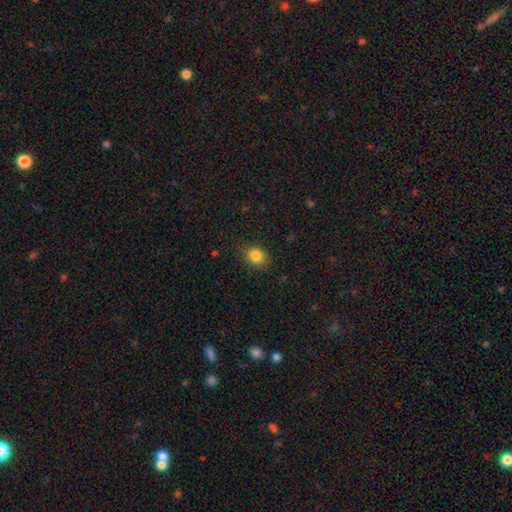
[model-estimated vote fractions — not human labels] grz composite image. It shows a smooth galaxy with no disk features (85%) that is round (53%). Merging: none (82%).